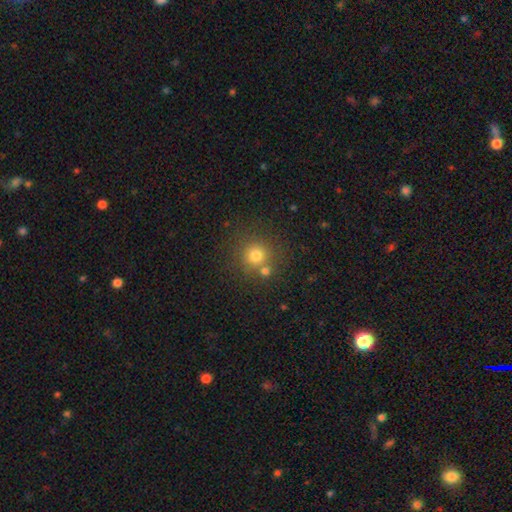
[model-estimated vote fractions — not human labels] This is likely a smooth galaxy (76%). How rounded: clearly round (92%). Merging: likely none (68%).